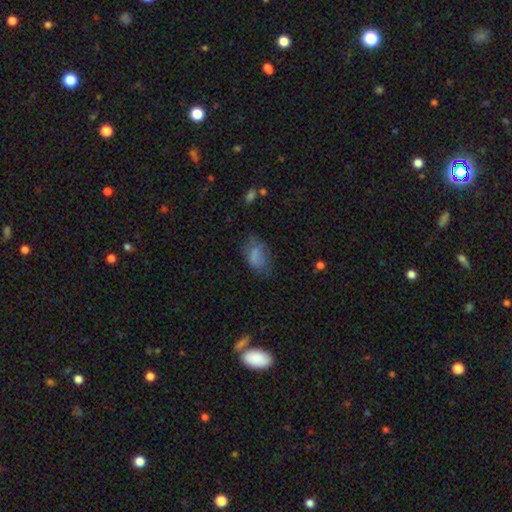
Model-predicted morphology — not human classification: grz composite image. It shows a smooth galaxy with no disk features (74%) that is in between round and cigar-shaped (86%). Merging: none (49%).